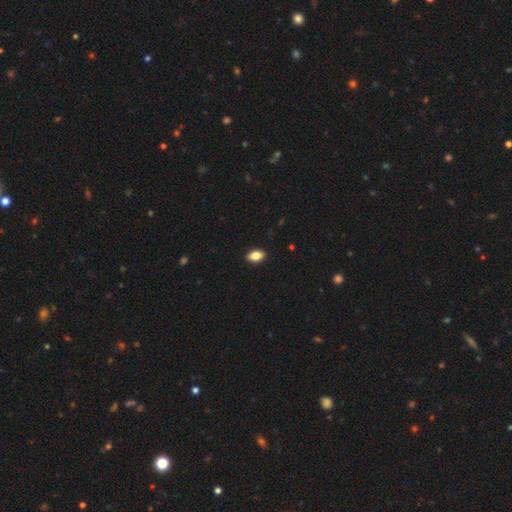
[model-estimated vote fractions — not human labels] Smooth or featured? smooth (82%)
How rounded? in between (89%)
Merging? none (90%)